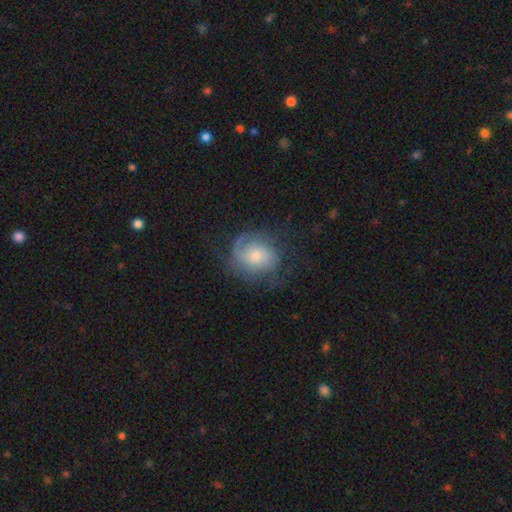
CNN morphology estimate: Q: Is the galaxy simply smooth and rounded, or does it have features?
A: featured or disk — 61%.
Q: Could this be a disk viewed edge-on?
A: no — 97%.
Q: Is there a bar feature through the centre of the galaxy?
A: no — 71%.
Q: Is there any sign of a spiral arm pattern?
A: yes — 88%.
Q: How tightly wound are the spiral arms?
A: tight — 42%.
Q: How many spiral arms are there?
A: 2 — 35%.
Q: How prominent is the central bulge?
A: moderate — 45%.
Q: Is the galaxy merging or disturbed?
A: none — 60%.